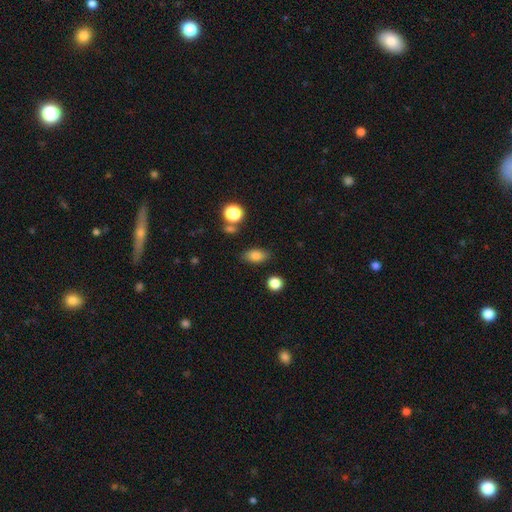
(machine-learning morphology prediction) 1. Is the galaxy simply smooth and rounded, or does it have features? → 82% smooth, 10% star or artifact, 8% featured or disk.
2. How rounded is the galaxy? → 84% in between, 11% round, 5% cigar-shaped.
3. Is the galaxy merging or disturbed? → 82% none, 11% minor disturbance, 4% merger, 3% major disturbance.